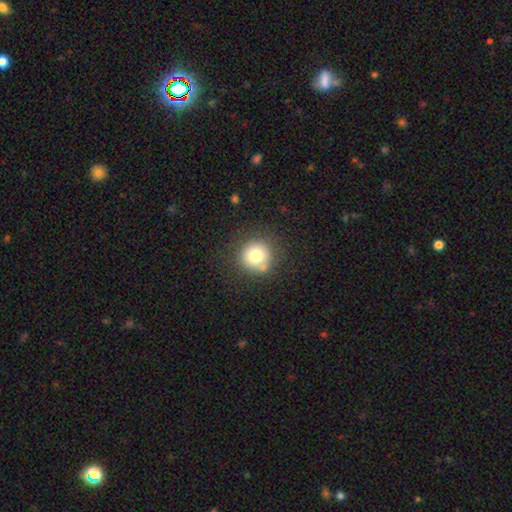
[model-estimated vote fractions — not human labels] Q: Smooth or featured?
A: smooth (76%); runner-up: featured or disk (12%)
Q: How rounded?
A: round (94%); runner-up: in between (5%)
Q: Merging?
A: none (80%); runner-up: minor disturbance (12%)